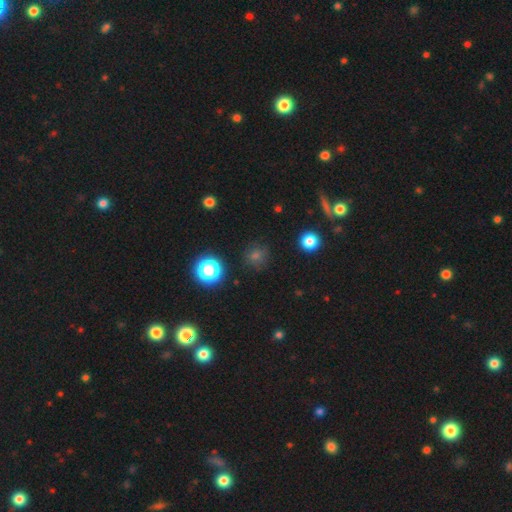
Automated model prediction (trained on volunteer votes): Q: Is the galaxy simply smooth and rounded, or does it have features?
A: smooth — 66%.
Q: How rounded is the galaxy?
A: round — 91%.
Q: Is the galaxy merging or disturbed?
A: none — 86%.